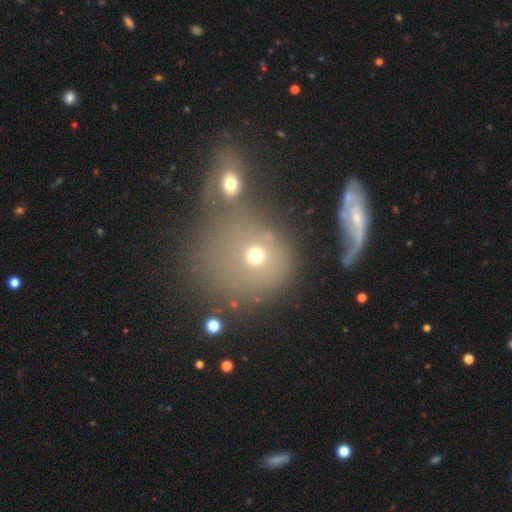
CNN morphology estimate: Q: Smooth or featured?
A: smooth (65%); runner-up: star or artifact (19%)
Q: How rounded?
A: round (73%); runner-up: in between (26%)
Q: Merging?
A: none (43%); runner-up: merger (36%)